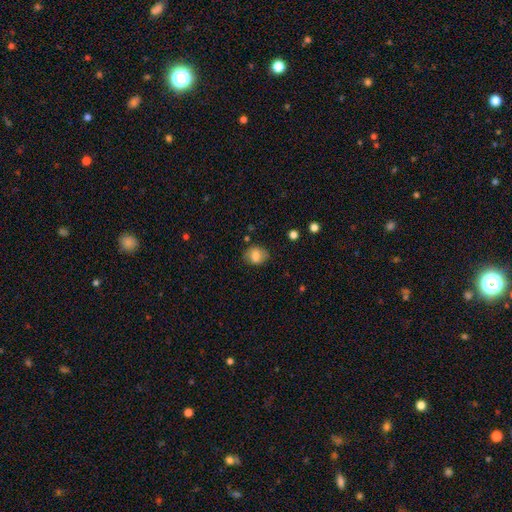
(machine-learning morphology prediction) A smooth galaxy with no disk features (78%) that is in between round and cigar-shaped (57%).

Vote fractions:
- Smooth or featured? smooth: 78% / featured or disk: 13% / star or artifact: 9%
- How rounded? in between: 57% / round: 42% / cigar-shaped: 1%
- Merging? none: 74% / minor disturbance: 19% / major disturbance: 5% / merger: 2%